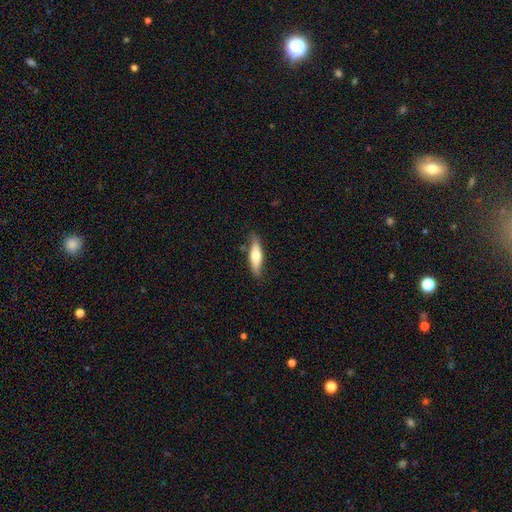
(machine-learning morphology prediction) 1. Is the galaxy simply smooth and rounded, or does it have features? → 58% smooth, 37% featured or disk, 5% star or artifact.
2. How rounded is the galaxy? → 53% cigar-shaped, 45% in between, 2% round.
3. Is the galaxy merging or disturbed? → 77% none, 18% minor disturbance, 3% major disturbance, 2% merger.